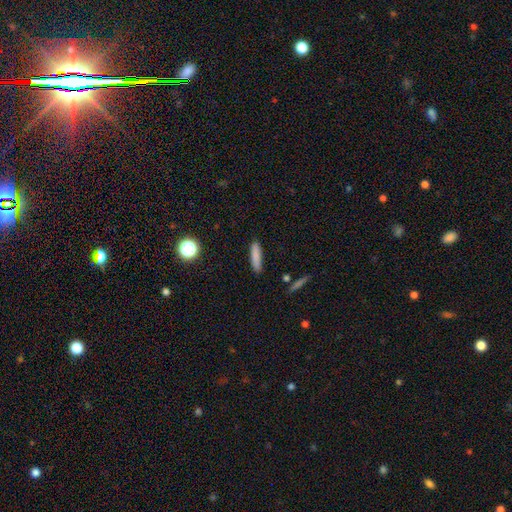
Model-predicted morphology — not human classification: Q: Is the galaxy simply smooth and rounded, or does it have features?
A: smooth — 84%.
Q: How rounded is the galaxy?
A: cigar-shaped — 75%.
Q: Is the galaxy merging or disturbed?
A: none — 87%.